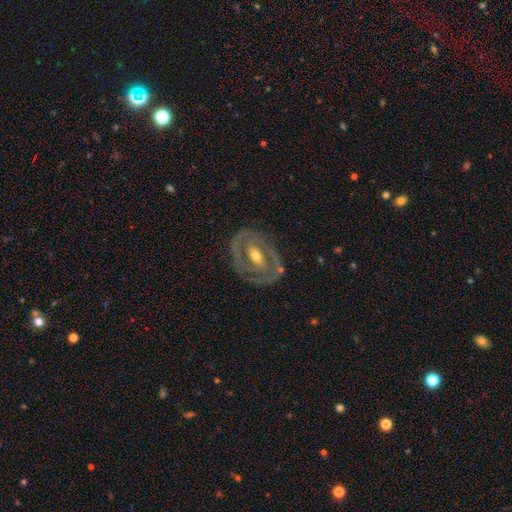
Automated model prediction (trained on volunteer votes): This is clearly a featured or disk galaxy (83%). It is clearly not viewed edge-on (94%). Bar: marginally weak (37%). Spiral arm pattern: likely yes (71%). Spiral arm count: likely 2 (72%). Spiral winding: possibly tight (54%). Central bulge: likely moderate (63%). Merging: likely none (77%).